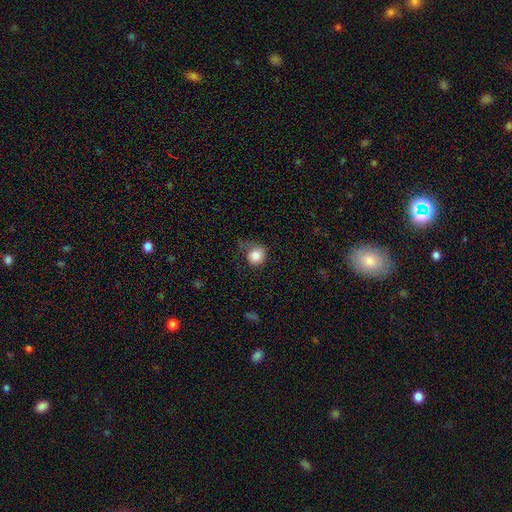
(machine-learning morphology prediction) This is clearly a smooth galaxy (83%). How rounded: clearly round (84%). Merging: possibly none (53%).